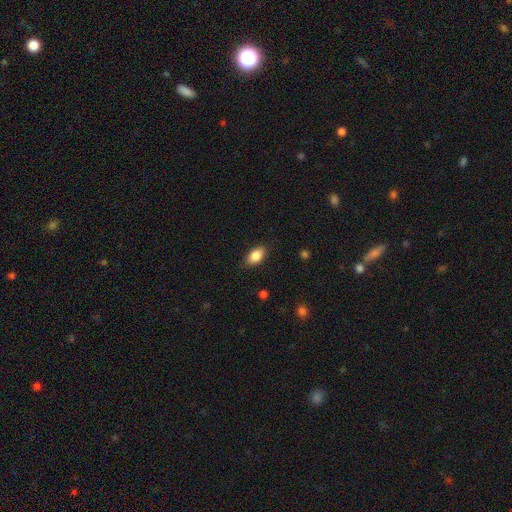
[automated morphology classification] A smooth galaxy with no disk features (86%) that is in between round and cigar-shaped (90%).

Vote fractions:
- Smooth or featured? smooth: 86% / featured or disk: 7% / star or artifact: 7%
- How rounded? in between: 90% / round: 6% / cigar-shaped: 4%
- Merging? none: 85% / minor disturbance: 11% / major disturbance: 2% / merger: 1%